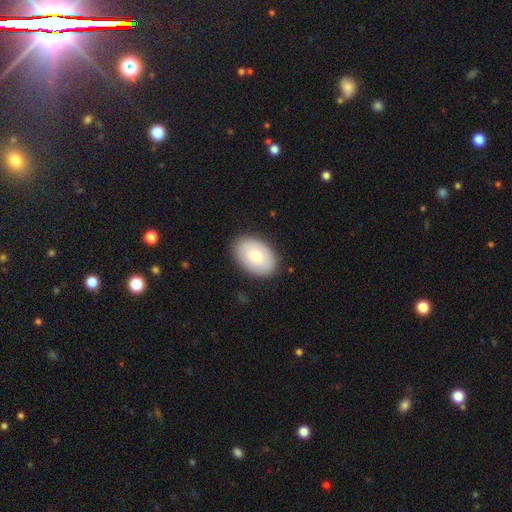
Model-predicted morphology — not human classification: type=smooth (72%); roundness=in between (85%); merging=none (87%).